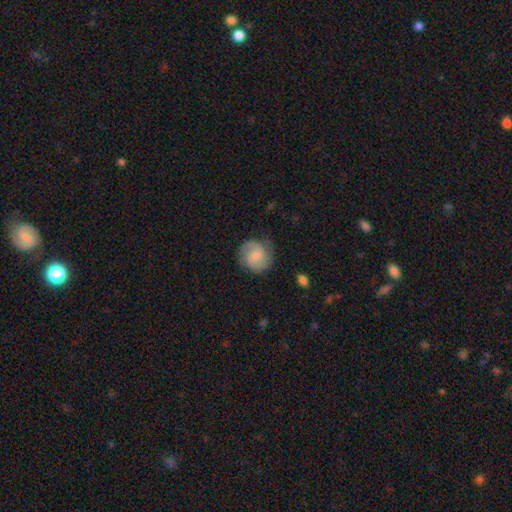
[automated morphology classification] smooth-or-featured: featured or disk: 63% | smooth: 30% | star or artifact: 7%
  disk-edge-on: no: 98% | yes: 2%
    bar: no: 52% | weak: 41% | strong: 7%
    has-spiral-arms: yes: 94% | no: 6%
      spiral-winding: medium: 45% | tight: 39% | loose: 16%
      spiral-arm-count: 2: 77% | can't tell: 9% | 1: 7% | 3: 4% | 4: 1% | more than 4: 1%
    bulge-size: small: 52% | moderate: 24% | none: 19% | large: 3% | dominant: 1%
  merging: none: 75% | minor disturbance: 17% | major disturbance: 7% | merger: 1%